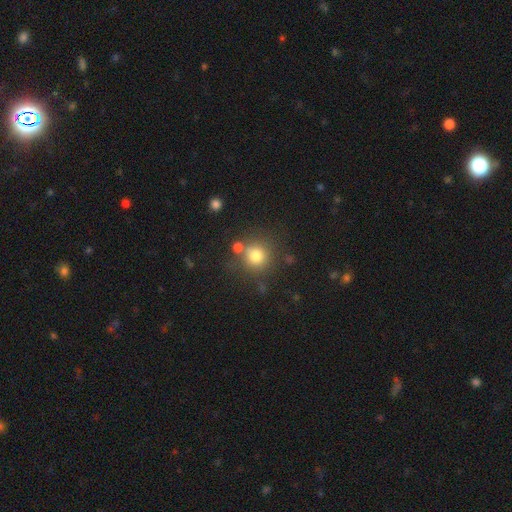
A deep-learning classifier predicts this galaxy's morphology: Overall: smooth (77%). How rounded: round (91%). Merging: none (72%).